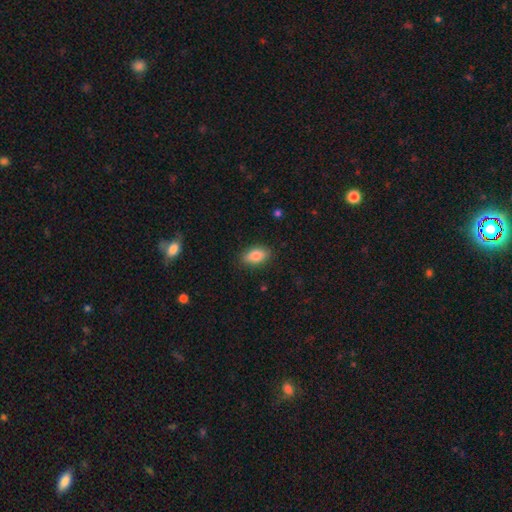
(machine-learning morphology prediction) Overall: smooth (85%). How rounded: in between (90%). Merging: none (87%).